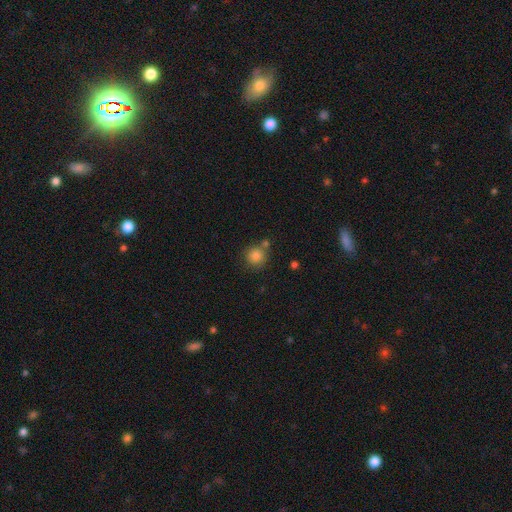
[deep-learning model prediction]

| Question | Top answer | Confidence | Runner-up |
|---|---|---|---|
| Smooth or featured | smooth | 84% | star or artifact (11%) |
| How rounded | round | 92% | in between (7%) |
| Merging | none | 69% | merger (16%) |